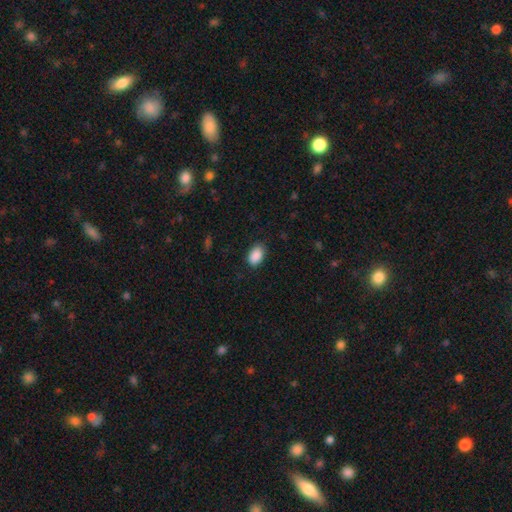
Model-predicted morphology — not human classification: A smooth galaxy with no disk features (90%) that is in between round and cigar-shaped (90%). Merging: none (82%).